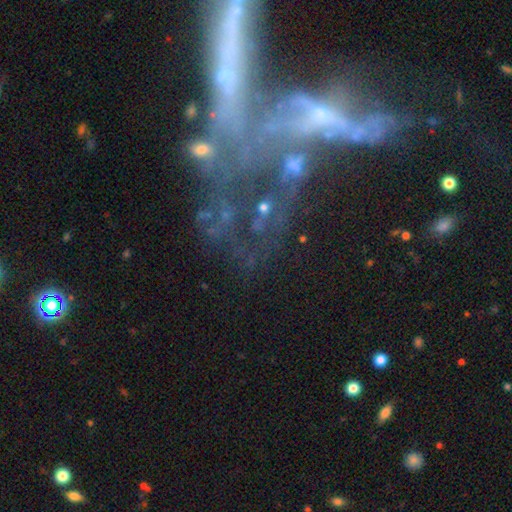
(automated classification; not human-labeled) featured or disk 59%, star or artifact 26%, smooth 15%. Down the decision tree: edge-on disk — no (89%); bar — no (65%); spiral arms — yes (52%); bulge size — small (46%); merging — none (37%).